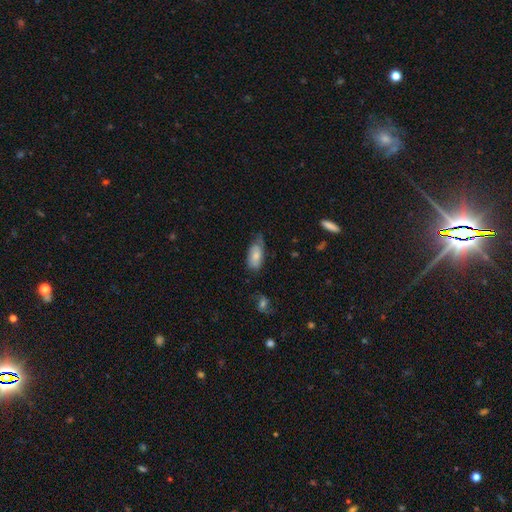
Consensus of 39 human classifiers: Smooth or featured? 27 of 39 (69%) said smooth. How rounded? 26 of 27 (96%) said in between. Merging? 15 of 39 (38%) said none.